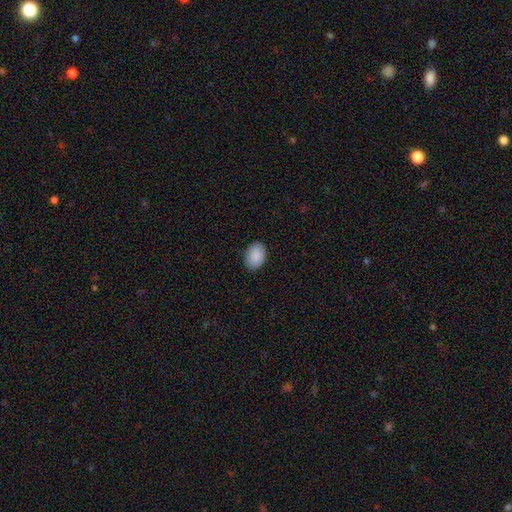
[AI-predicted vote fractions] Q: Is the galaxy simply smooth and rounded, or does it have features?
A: smooth — 90%.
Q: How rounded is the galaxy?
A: in between — 83%.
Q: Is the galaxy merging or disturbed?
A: none — 88%.